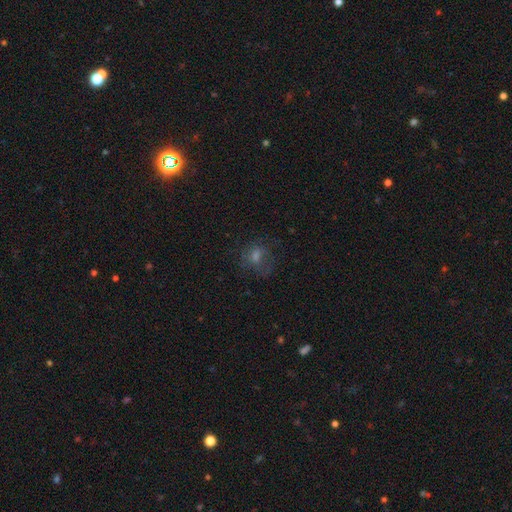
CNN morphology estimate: Q: Smooth or featured?
A: smooth (47%); runner-up: star or artifact (28%)
Q: Merging?
A: none (62%); runner-up: minor disturbance (19%)